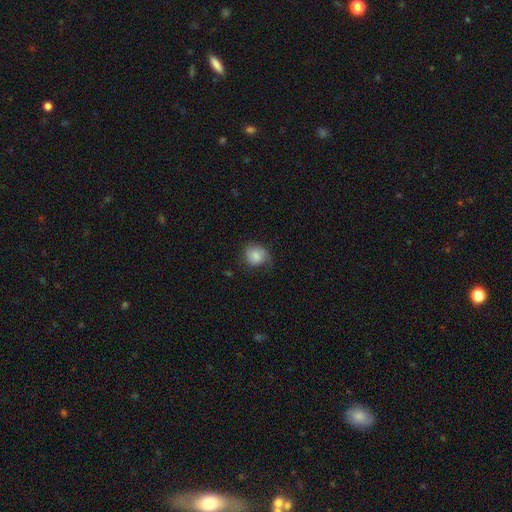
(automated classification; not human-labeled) A smooth galaxy with no disk features (73%) that is round (72%).

Vote fractions:
- Smooth or featured? smooth: 73% / featured or disk: 19% / star or artifact: 8%
- How rounded? round: 72% / in between: 28% / cigar-shaped: 1%
- Merging? none: 57% / minor disturbance: 30% / major disturbance: 11% / merger: 1%